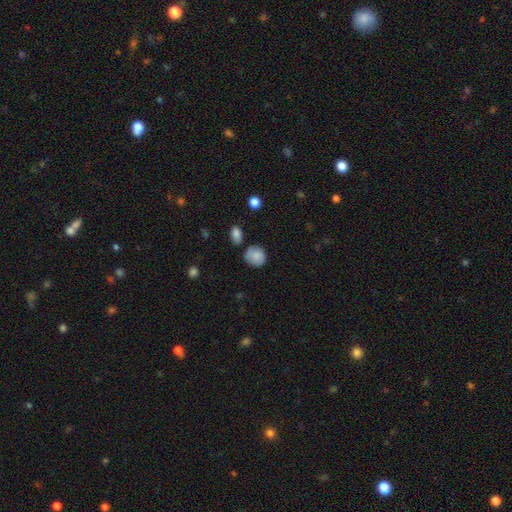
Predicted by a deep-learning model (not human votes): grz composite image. It shows a smooth galaxy with no disk features (83%) that is round (78%). Merging: none (67%).